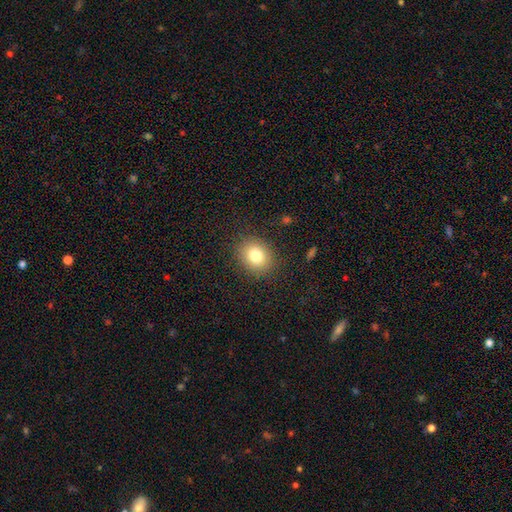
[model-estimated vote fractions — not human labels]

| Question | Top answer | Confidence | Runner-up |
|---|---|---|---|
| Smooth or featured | smooth | 80% | star or artifact (11%) |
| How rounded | round | 65% | in between (35%) |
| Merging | none | 86% | minor disturbance (9%) |